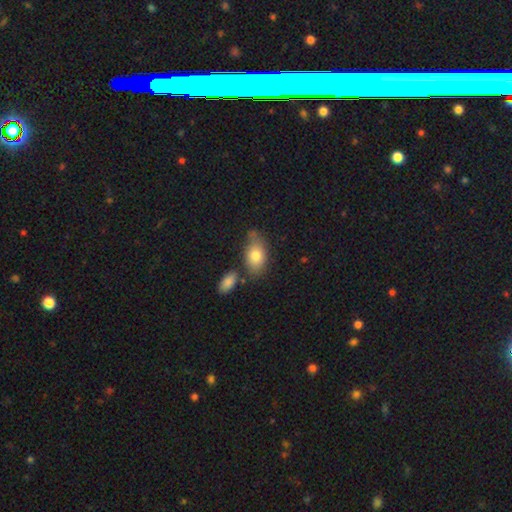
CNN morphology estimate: Smooth or featured: smooth — 78% (featured or disk — 14%)
How rounded: in between — 87% (round — 10%)
Merging: none — 62% (minor disturbance — 20%)